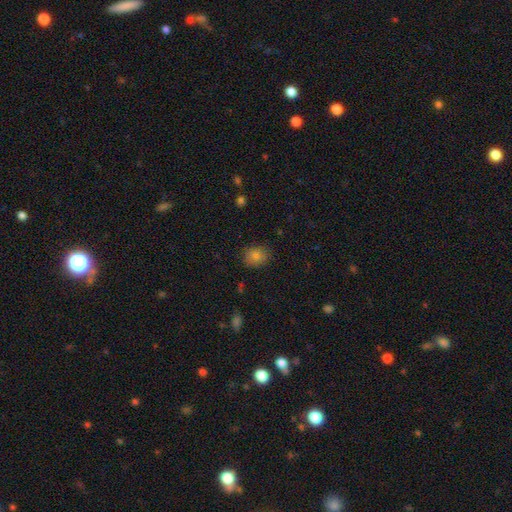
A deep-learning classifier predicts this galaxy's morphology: smooth 81%, star or artifact 12%, featured or disk 7%. Down the decision tree: how rounded — round (52%); merging — none (85%).